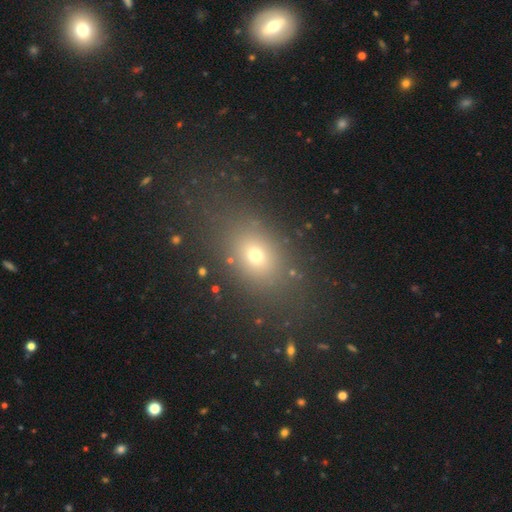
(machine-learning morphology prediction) type=smooth (67%); roundness=in between (66%); merging=none (80%).